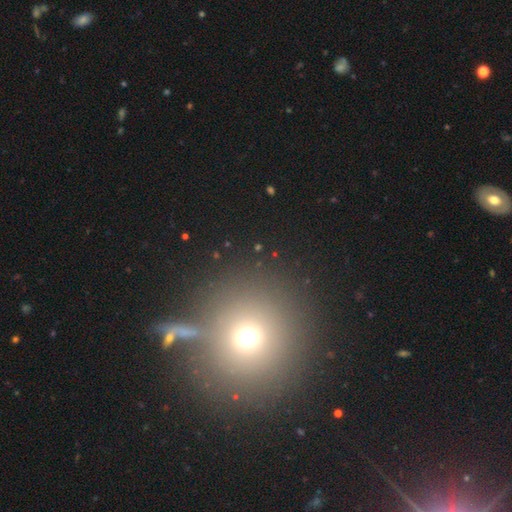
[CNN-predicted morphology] Smooth or featured?
  - smooth: 56% *
  - star or artifact: 34%
  - featured or disk: 10%
How rounded?
  - round: 93% *
  - in between: 6%
  - cigar-shaped: 1%
Merging?
  - none: 81% *
  - merger: 8%
  - minor disturbance: 7%
  - major disturbance: 4%